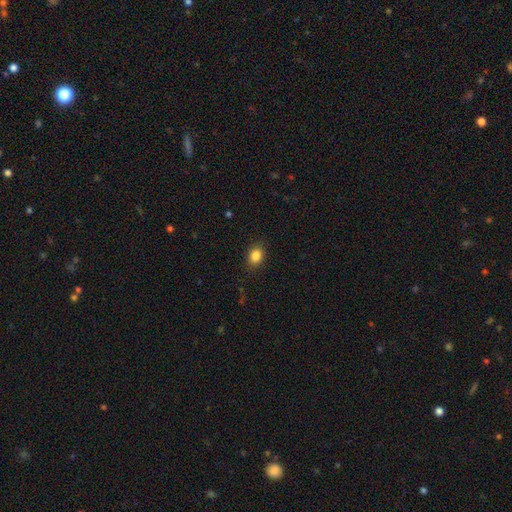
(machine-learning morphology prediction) smooth-or-featured: smooth: 85% | star or artifact: 10% | featured or disk: 5%
  how-rounded: in between: 53% | round: 46% | cigar-shaped: 1%
  merging: none: 87% | minor disturbance: 10% | major disturbance: 3% | merger: 1%